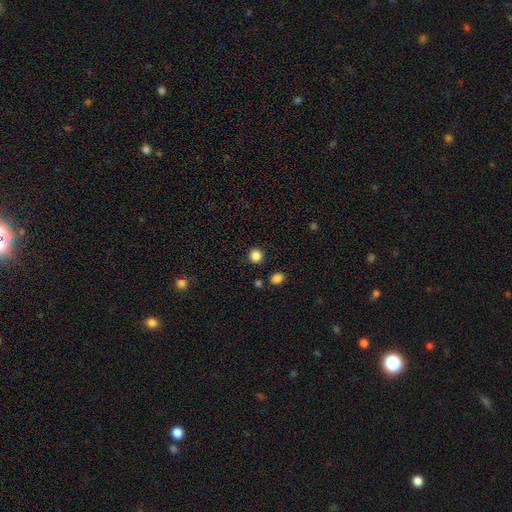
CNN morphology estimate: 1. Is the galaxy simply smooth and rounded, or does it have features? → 86% smooth, 11% star or artifact, 3% featured or disk.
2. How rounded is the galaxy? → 93% round, 6% in between, 1% cigar-shaped.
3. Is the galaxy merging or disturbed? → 90% none, 5% minor disturbance, 3% merger, 2% major disturbance.